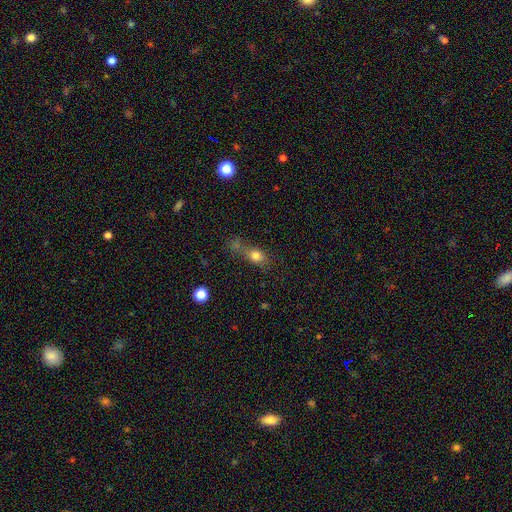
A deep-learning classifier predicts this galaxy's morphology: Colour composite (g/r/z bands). It shows a smooth galaxy with no disk features (77%) that is in between round and cigar-shaped (58%). Merging: none (40%).